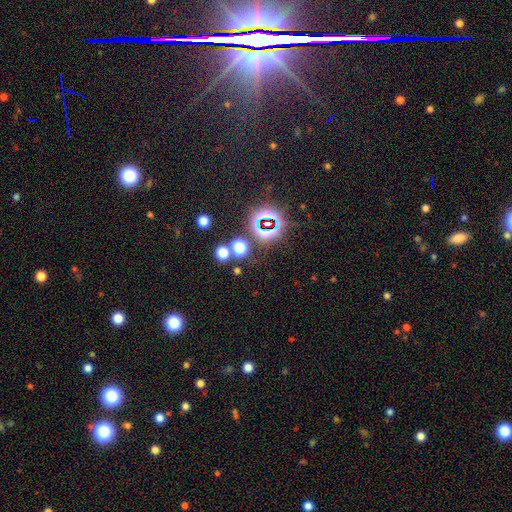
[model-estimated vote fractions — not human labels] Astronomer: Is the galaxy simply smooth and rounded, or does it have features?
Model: star or artifact — 81%.